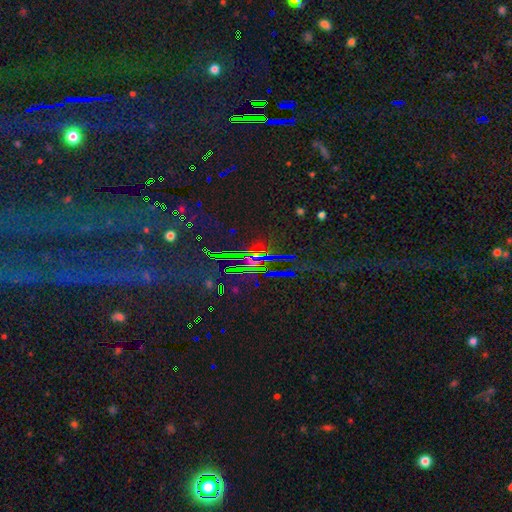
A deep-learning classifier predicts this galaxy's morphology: smooth-or-featured: star or artifact: 80% | featured or disk: 10% | smooth: 9%